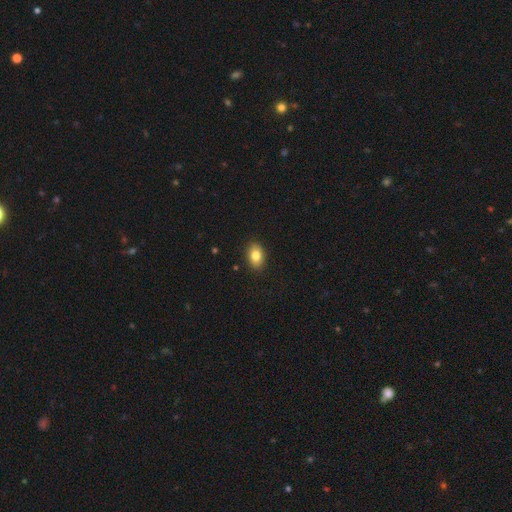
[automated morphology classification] type=smooth (83%); roundness=in between (83%); merging=none (89%).